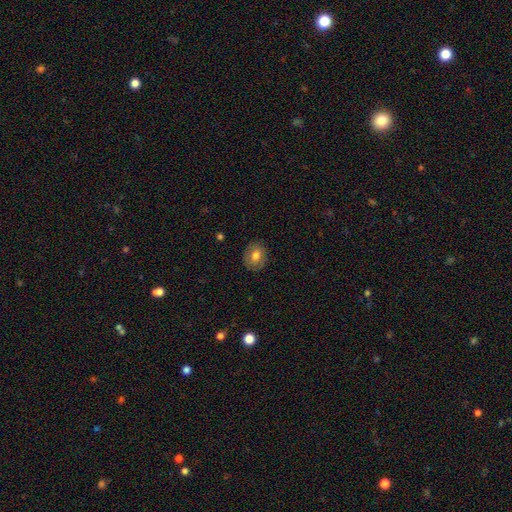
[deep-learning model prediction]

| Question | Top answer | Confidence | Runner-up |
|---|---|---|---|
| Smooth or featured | smooth | 72% | featured or disk (19%) |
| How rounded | round | 60% | in between (39%) |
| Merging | none | 86% | minor disturbance (11%) |